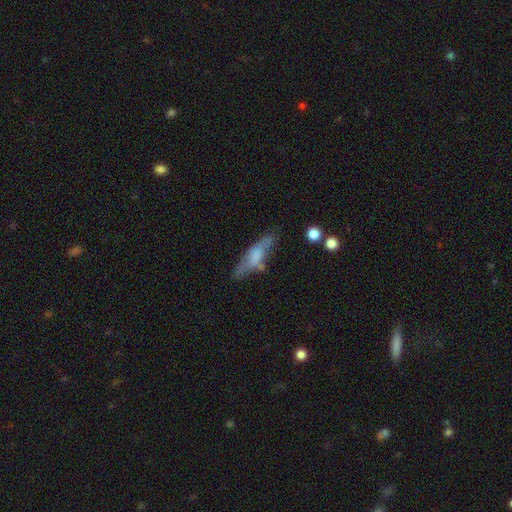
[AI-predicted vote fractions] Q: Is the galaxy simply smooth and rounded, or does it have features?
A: smooth — 53%.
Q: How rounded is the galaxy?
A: cigar-shaped — 61%.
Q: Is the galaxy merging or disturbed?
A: none — 58%.